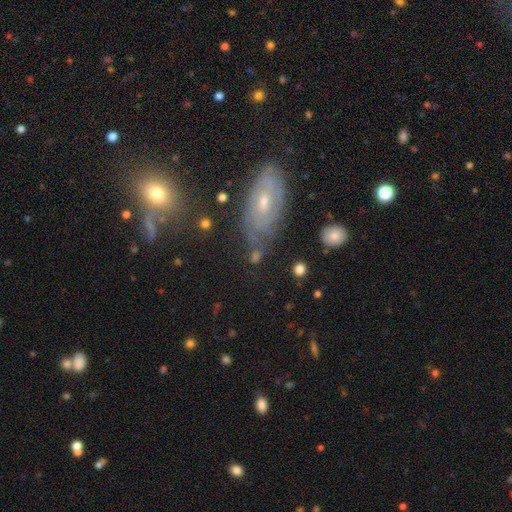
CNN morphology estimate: The model was most divided on "smooth or featured": featured or disk: 43%, smooth: 37%, star or artifact: 20%. More confident: merging — none (68%).